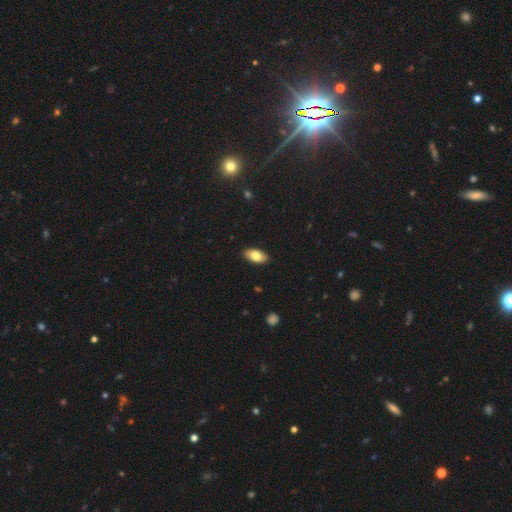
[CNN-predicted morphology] smooth-or-featured: smooth: 79% | featured or disk: 14% | star or artifact: 7%
  how-rounded: in between: 92% | cigar-shaped: 5% | round: 3%
  merging: none: 89% | minor disturbance: 8% | major disturbance: 2% | merger: 1%